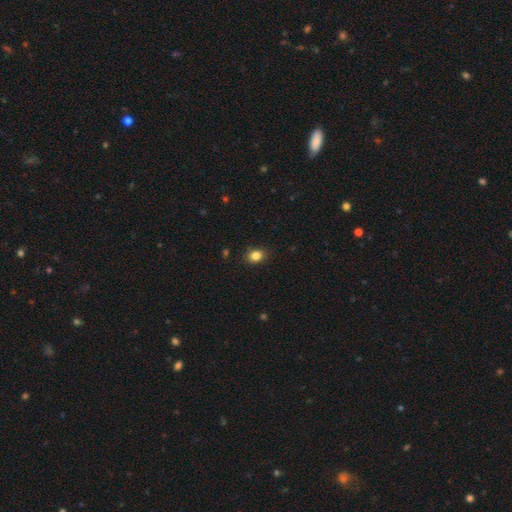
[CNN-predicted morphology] This appears to be a smooth galaxy with no disk features (84%) that is in between round and cigar-shaped (54%). Merging: none (87%).